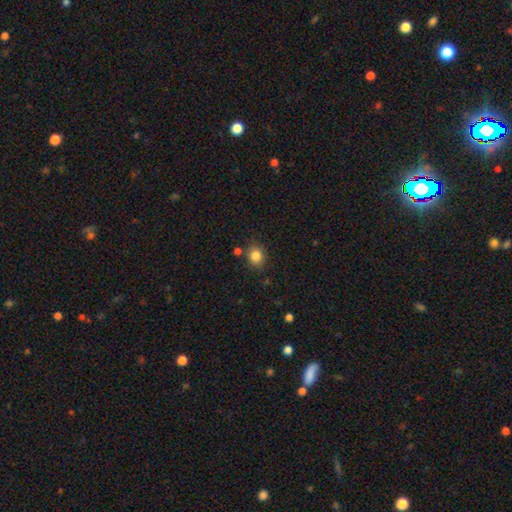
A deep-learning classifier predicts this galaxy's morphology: Overall: smooth (84%). How rounded: round (63%; in between 36%). Merging: none (80%).